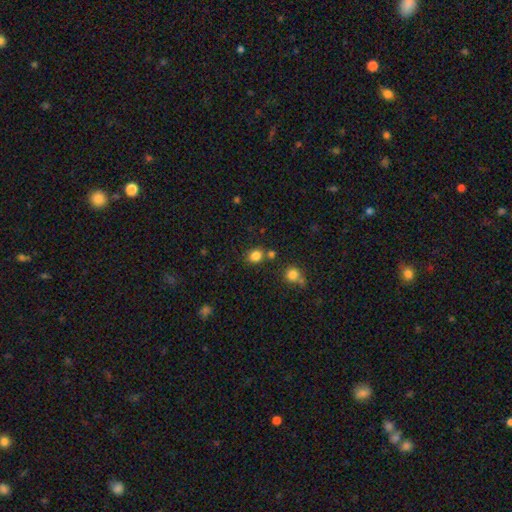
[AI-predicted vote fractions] Q: Smooth or featured?
A: smooth (82%); runner-up: star or artifact (13%)
Q: How rounded?
A: round (66%); runner-up: in between (33%)
Q: Merging?
A: none (74%); runner-up: merger (12%)